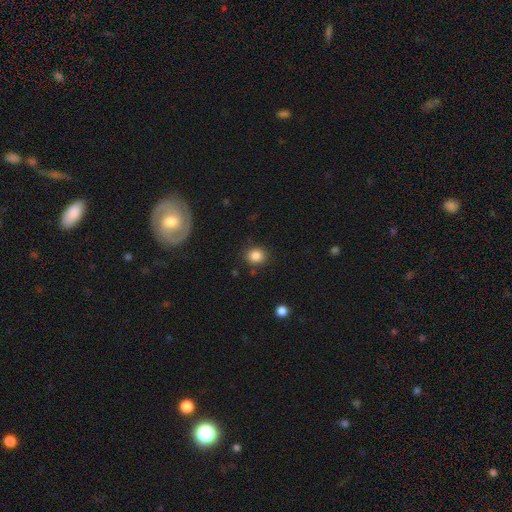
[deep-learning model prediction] Morphology: type=smooth (85%); roundness=round (78%); merging=none (86%).